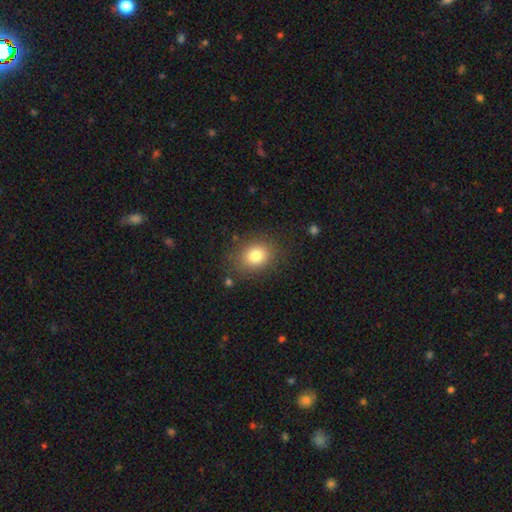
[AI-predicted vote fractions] Q: Smooth or featured?
A: smooth (82%); runner-up: star or artifact (10%)
Q: How rounded?
A: round (50%); runner-up: in between (49%)
Q: Merging?
A: none (82%); runner-up: minor disturbance (11%)